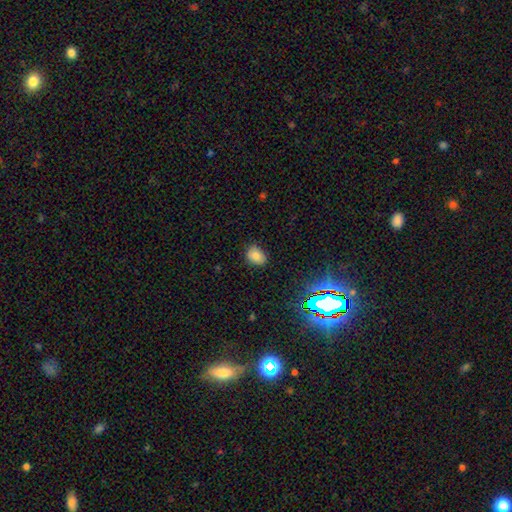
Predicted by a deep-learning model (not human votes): smooth_or_featured: smooth (p=0.79) [alt: star or artifact p=0.13]
how_rounded: in between (p=0.59) [alt: round p=0.40]
merging: none (p=0.80) [alt: minor disturbance p=0.16]